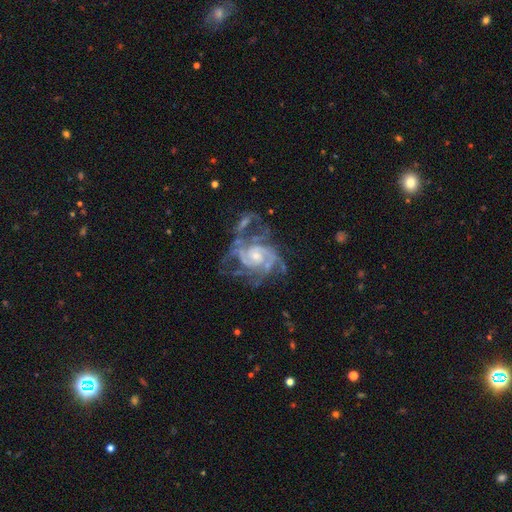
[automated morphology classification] This is clearly a featured or disk galaxy (88%). It is clearly not viewed edge-on (98%). Bar: likely no (68%). Spiral arm pattern: clearly yes (95%). Spiral arm count: marginally can't tell (26%). Spiral winding: possibly tight (48%). Central bulge: possibly small (53%). Merging: marginally none (43%).